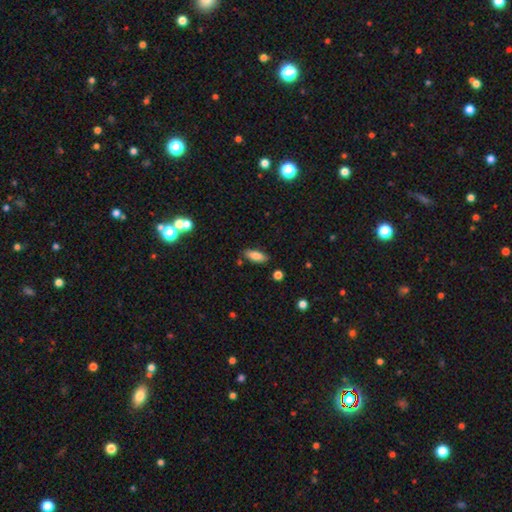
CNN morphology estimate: This is clearly a smooth galaxy (82%). How rounded: likely in between (77%). Merging: clearly none (83%).